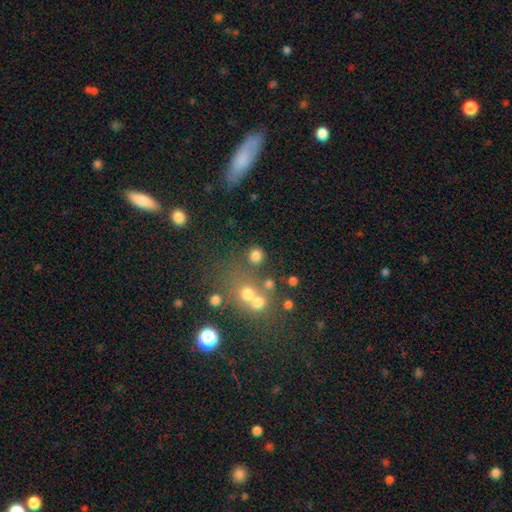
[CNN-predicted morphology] A smooth galaxy with no disk features (76%) that is round (89%). Merging: none (73%).